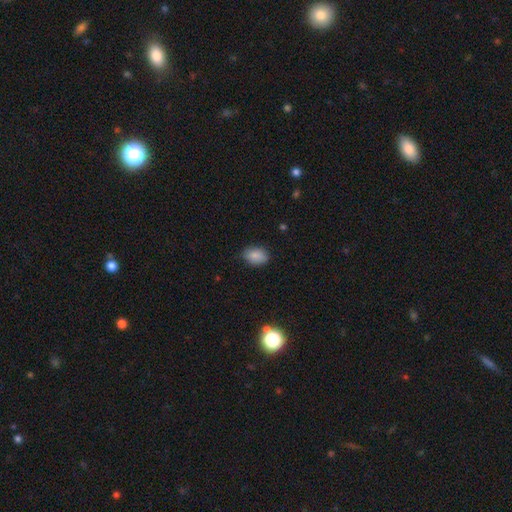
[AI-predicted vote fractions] This appears to be a smooth galaxy with no disk features (86%) that is in between round and cigar-shaped (79%). Merging: none (79%).